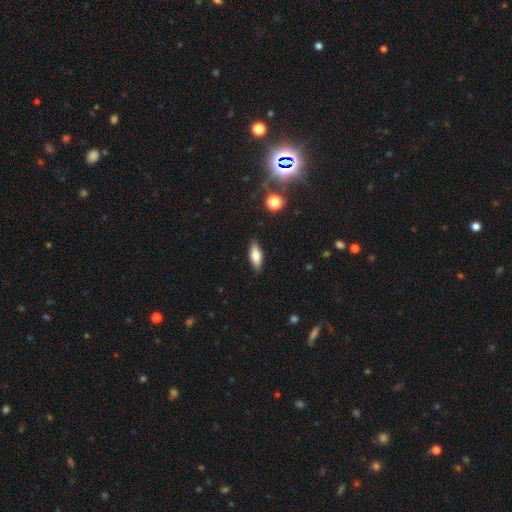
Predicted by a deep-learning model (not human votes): smooth-or-featured: smooth: 70% | featured or disk: 23% | star or artifact: 7%
  how-rounded: in between: 64% | cigar-shaped: 34% | round: 3%
  merging: none: 86% | minor disturbance: 10% | major disturbance: 2% | merger: 1%